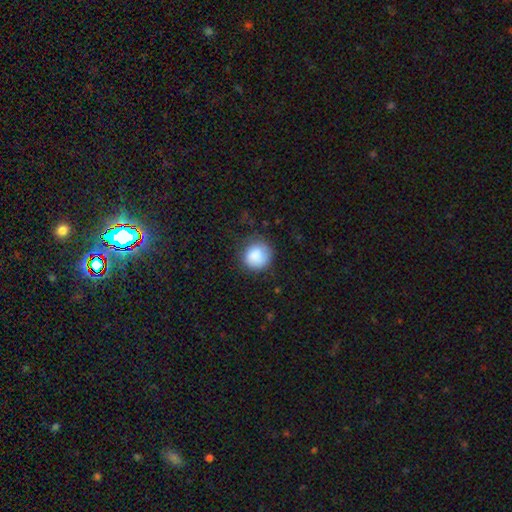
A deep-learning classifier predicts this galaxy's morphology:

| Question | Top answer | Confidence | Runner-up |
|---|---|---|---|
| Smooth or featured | smooth | 86% | star or artifact (7%) |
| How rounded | round | 90% | in between (9%) |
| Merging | none | 71% | minor disturbance (20%) |